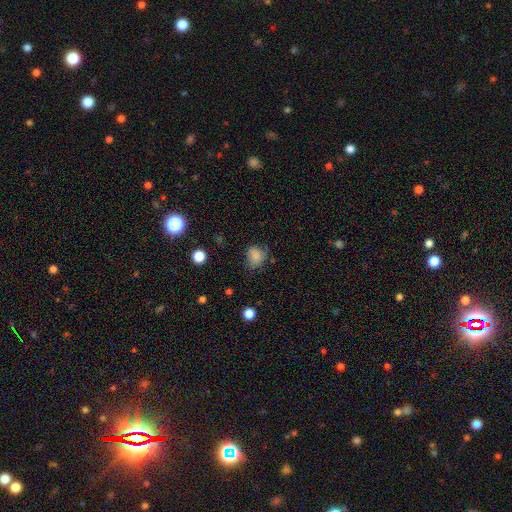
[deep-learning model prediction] Smooth or featured: smooth — 81% (star or artifact — 11%)
How rounded: round — 62% (in between — 37%)
Merging: none — 60% (minor disturbance — 29%)